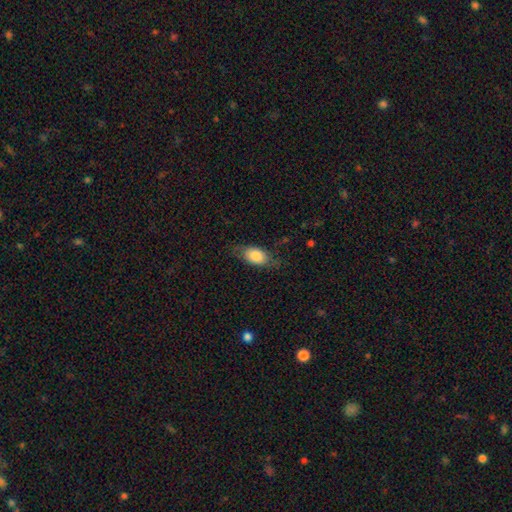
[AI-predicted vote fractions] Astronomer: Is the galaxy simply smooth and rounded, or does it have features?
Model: smooth — 78%.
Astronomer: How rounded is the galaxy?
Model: in between — 86%.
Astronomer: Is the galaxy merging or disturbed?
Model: none — 68%.